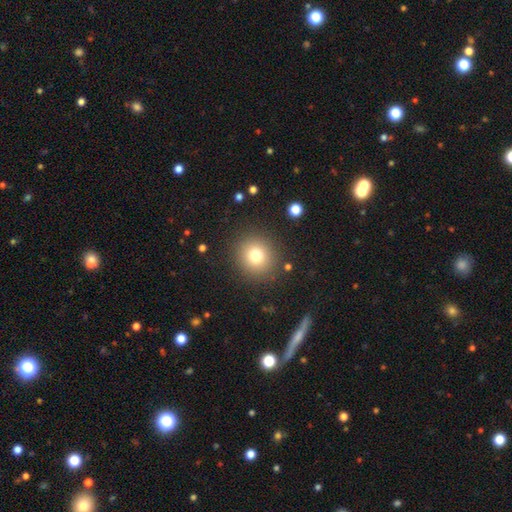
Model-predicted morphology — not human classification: type=smooth (76%); roundness=round (90%); merging=none (88%).